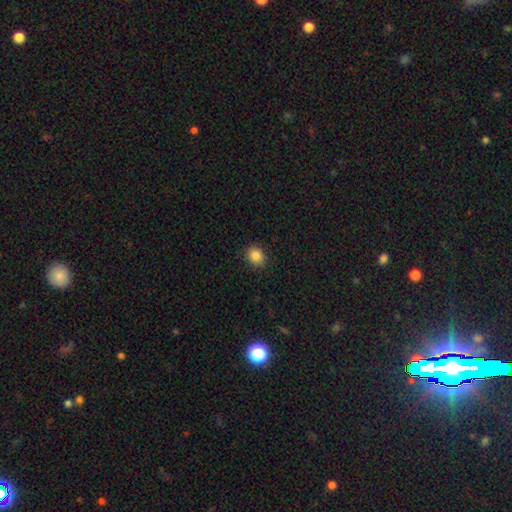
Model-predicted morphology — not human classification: Smooth or featured? smooth (86%)
How rounded? round (67%)
Merging? none (89%)